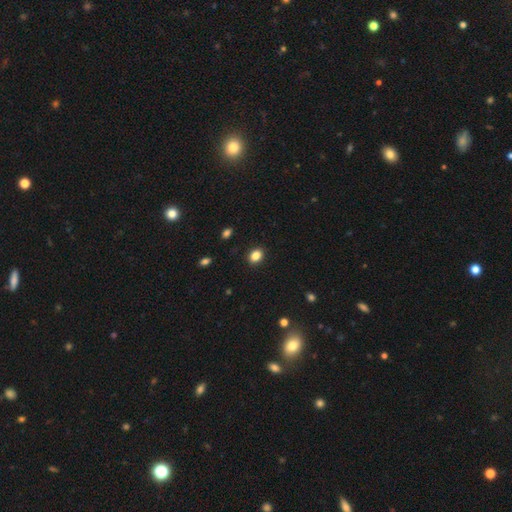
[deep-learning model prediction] A smooth galaxy with no disk features (86%) that is in between round and cigar-shaped (57%). Merging: none (90%).